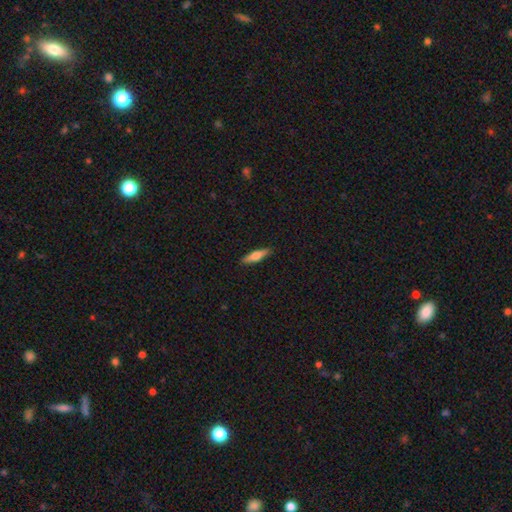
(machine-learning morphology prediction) A smooth galaxy with no disk features (61%) that is cigar-shaped (77%).

Vote fractions:
- Smooth or featured? smooth: 61% / featured or disk: 33% / star or artifact: 6%
- How rounded? cigar-shaped: 77% / in between: 21% / round: 2%
- Merging? none: 90% / minor disturbance: 7% / major disturbance: 2% / merger: 1%